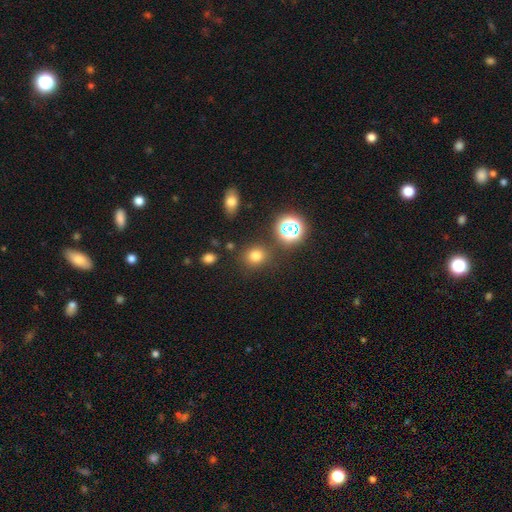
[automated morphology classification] Smooth or featured?
  - smooth: 75% *
  - star or artifact: 19%
  - featured or disk: 7%
How rounded?
  - round: 80% *
  - in between: 19%
  - cigar-shaped: 1%
Merging?
  - none: 83% *
  - minor disturbance: 9%
  - merger: 4%
  - major disturbance: 3%